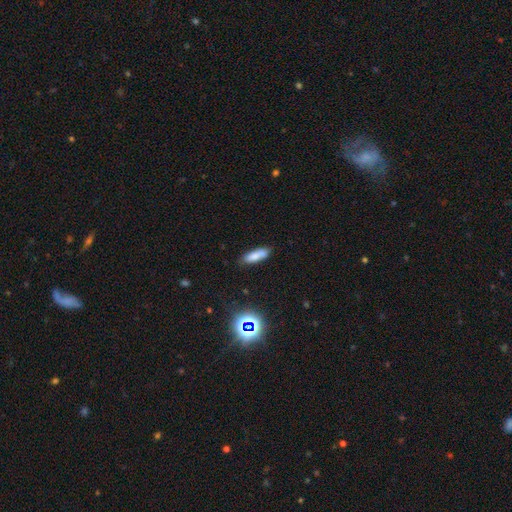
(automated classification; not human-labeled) Smooth or featured: smooth — 79% (star or artifact — 10%)
How rounded: cigar-shaped — 52% (in between — 46%)
Merging: none — 79% (minor disturbance — 16%)